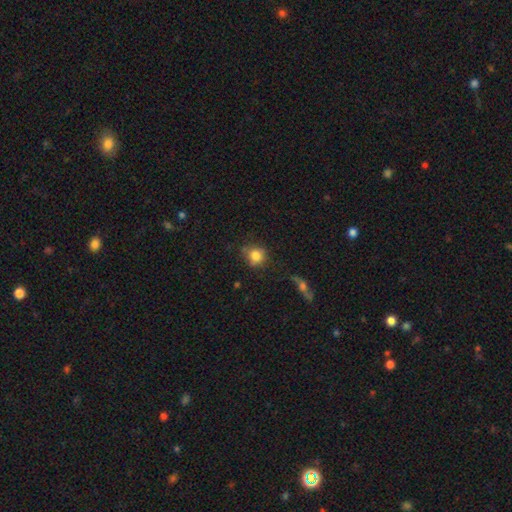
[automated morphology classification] This appears to be a smooth galaxy with no disk features (78%) that is round (77%). Merging: none (65%).